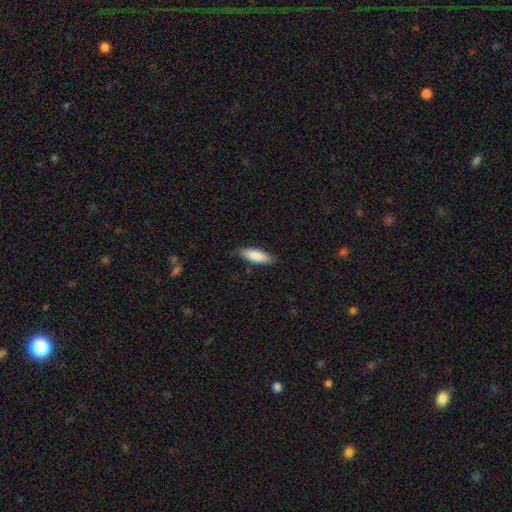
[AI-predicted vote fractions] A smooth galaxy with no disk features (85%) that is in between round and cigar-shaped (58%).

Vote fractions:
- Smooth or featured? smooth: 85% / featured or disk: 9% / star or artifact: 6%
- How rounded? in between: 58% / cigar-shaped: 40% / round: 2%
- Merging? none: 85% / minor disturbance: 12% / major disturbance: 2% / merger: 1%